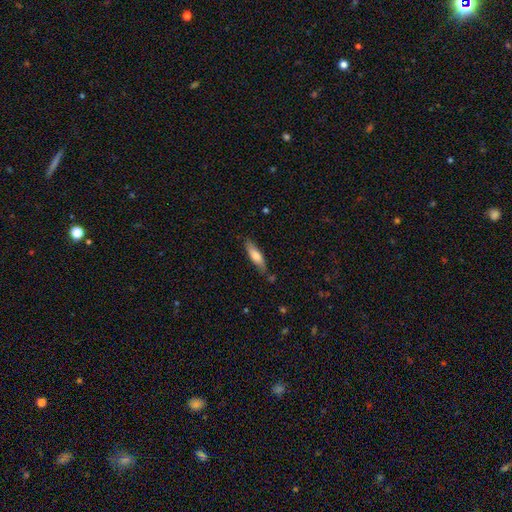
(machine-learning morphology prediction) smooth 71%, featured or disk 23%, star or artifact 6%. Down the decision tree: how rounded — cigar-shaped (64%); merging — none (77%).